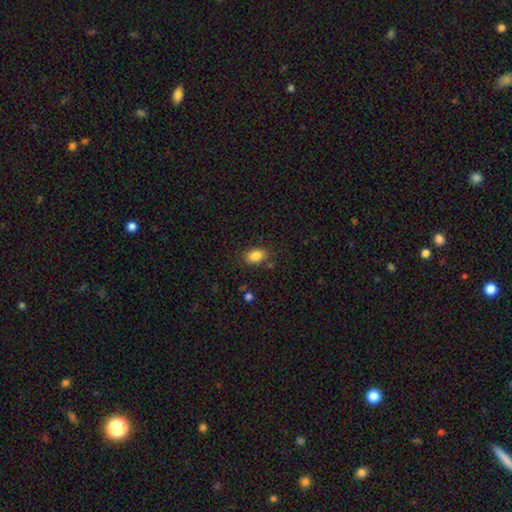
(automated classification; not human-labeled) Smooth or featured? Predicted: smooth (p=0.85). How rounded? Predicted: in between (p=0.87). Merging? Predicted: none (p=0.81).